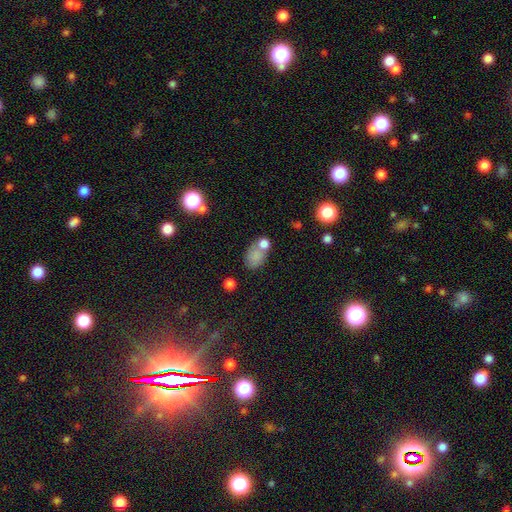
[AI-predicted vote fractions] Q: Smooth or featured?
A: smooth (77%); runner-up: star or artifact (12%)
Q: How rounded?
A: in between (73%); runner-up: round (25%)
Q: Merging?
A: none (45%); runner-up: merger (32%)